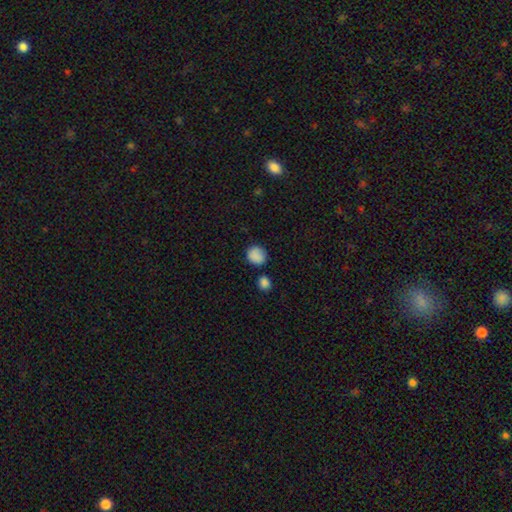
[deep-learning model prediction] Smooth or featured: smooth — 87% (star or artifact — 9%)
How rounded: round — 79% (in between — 20%)
Merging: none — 76% (minor disturbance — 14%)